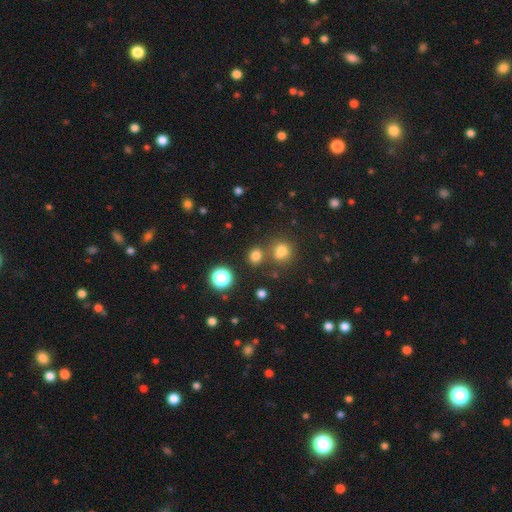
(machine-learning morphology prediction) Smooth or featured: smooth — 74% (star or artifact — 21%)
How rounded: round — 72% (in between — 27%)
Merging: none — 69% (merger — 19%)